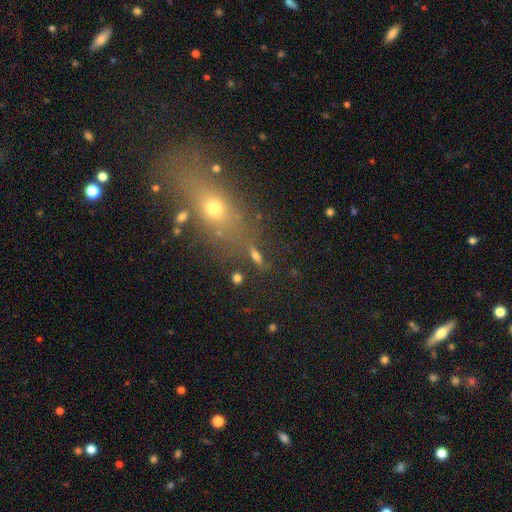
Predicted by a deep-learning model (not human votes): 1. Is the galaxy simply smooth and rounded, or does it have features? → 49% smooth, 30% star or artifact, 22% featured or disk.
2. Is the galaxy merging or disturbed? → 70% none, 14% minor disturbance, 8% major disturbance, 8% merger.